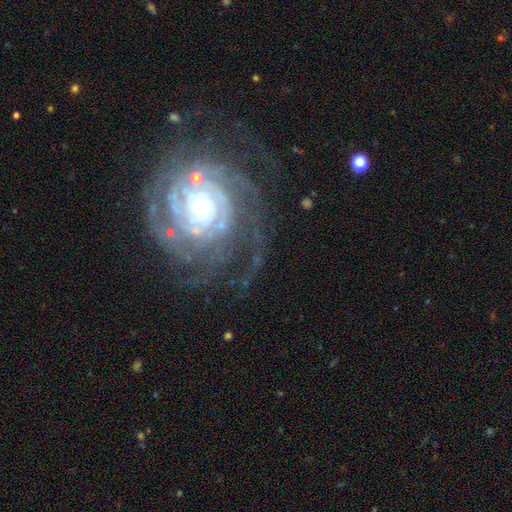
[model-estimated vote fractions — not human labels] Smooth or featured: featured or disk — 86% (star or artifact — 8%)
Edge-on disk: no — 97% (yes — 3%)
Bar: no — 68% (weak — 23%)
Spiral arms: yes — 97% (no — 3%)
Spiral winding: tight — 76% (medium — 20%)
Spiral arm count: can't tell — 27% (3 — 18%)
Bulge size: small — 50% (moderate — 36%)
Merging: none — 73% (minor disturbance — 15%)